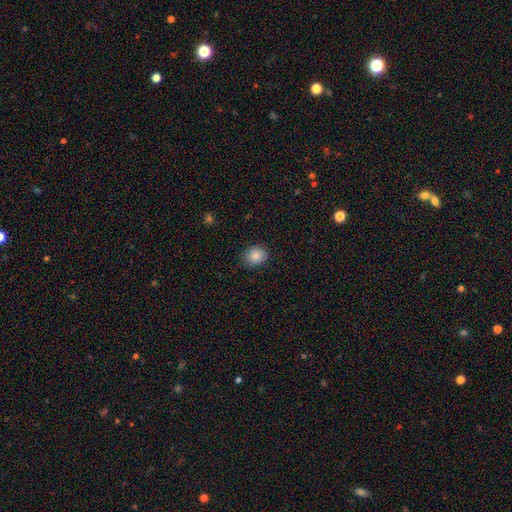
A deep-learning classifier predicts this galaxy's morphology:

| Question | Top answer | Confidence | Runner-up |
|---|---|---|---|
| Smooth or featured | smooth | 85% | star or artifact (9%) |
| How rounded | round | 64% | in between (35%) |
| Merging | none | 85% | minor disturbance (11%) |